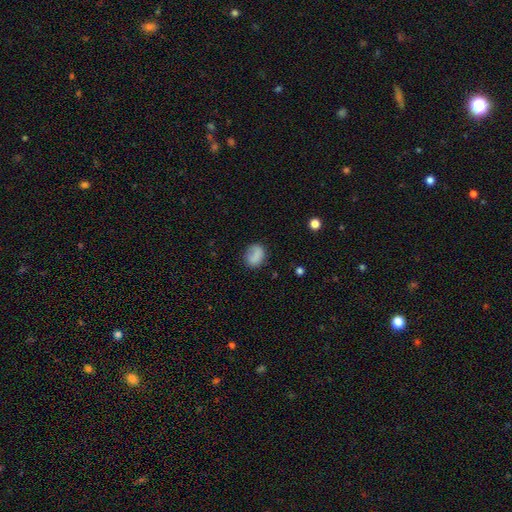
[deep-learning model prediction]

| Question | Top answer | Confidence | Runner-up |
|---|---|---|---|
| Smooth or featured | smooth | 80% | featured or disk (11%) |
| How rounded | in between | 53% | round (45%) |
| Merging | none | 68% | minor disturbance (21%) |